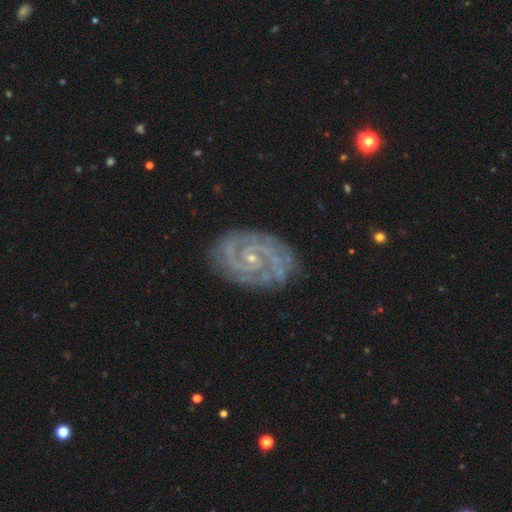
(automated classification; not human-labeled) featured or disk 87%, star or artifact 8%, smooth 5%. Down the decision tree: edge-on disk — no (97%); bar — no (61%); spiral arms — yes (97%); spiral arm count — 2 (45%); spiral winding — tight (67%); bulge size — small (82%); merging — none (82%).